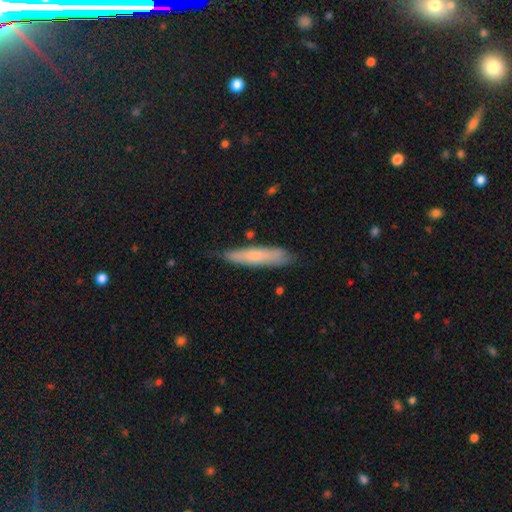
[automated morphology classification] Overall: smooth (65%; featured or disk 28%). How rounded: cigar-shaped (87%). Merging: none (76%).